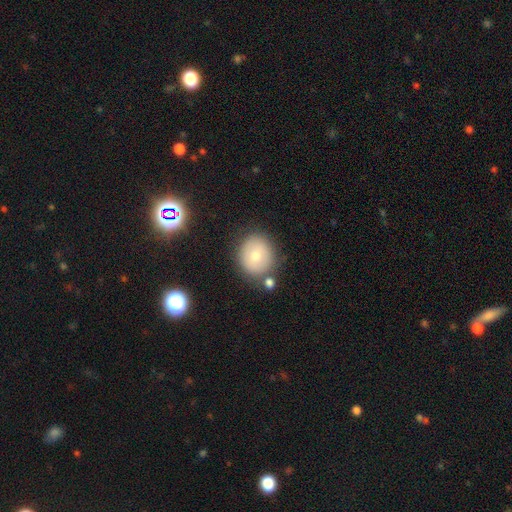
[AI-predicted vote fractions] A smooth galaxy with no disk features (72%) that is round (82%). Merging: none (78%).